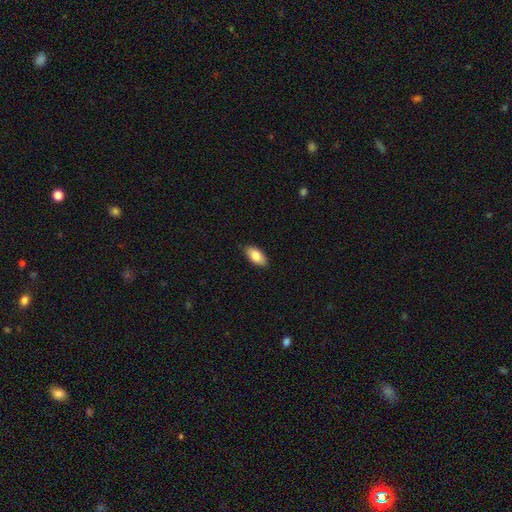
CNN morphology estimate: The model was most divided on "smooth or featured": smooth: 85%, featured or disk: 9%, star or artifact: 6%. More confident: how rounded — in between (93%); merging — none (88%).